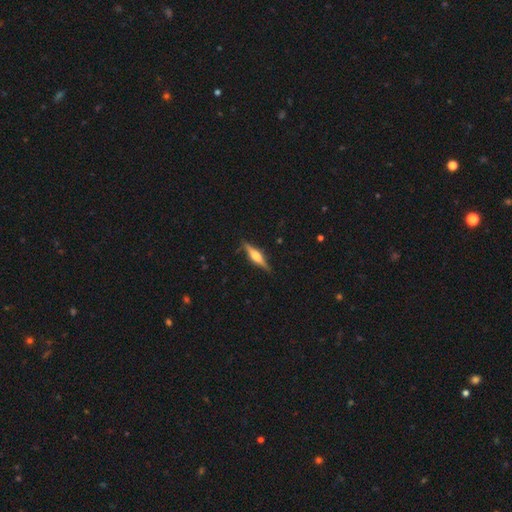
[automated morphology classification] Q: Smooth or featured?
A: featured or disk (70%); runner-up: smooth (24%)
Q: Edge-on disk?
A: yes (97%); runner-up: no (3%)
Q: Edge-on bulge?
A: rounded (81%); runner-up: boxy (15%)
Q: Merging?
A: none (87%); runner-up: minor disturbance (10%)